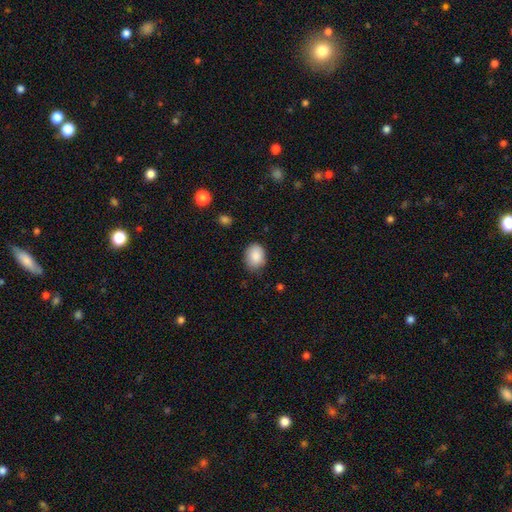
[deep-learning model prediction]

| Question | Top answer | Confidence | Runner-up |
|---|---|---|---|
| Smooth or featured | smooth | 88% | star or artifact (7%) |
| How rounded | in between | 63% | round (37%) |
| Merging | none | 78% | minor disturbance (17%) |